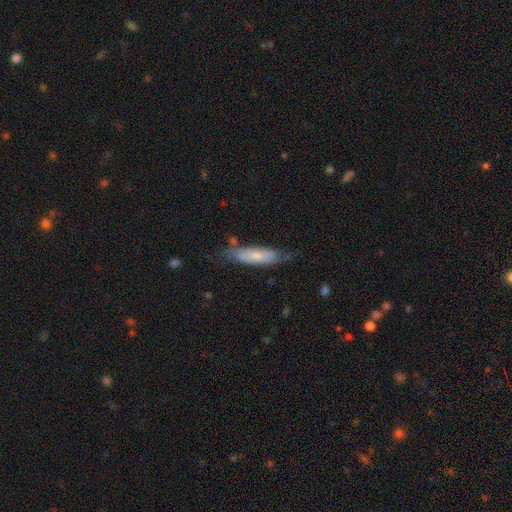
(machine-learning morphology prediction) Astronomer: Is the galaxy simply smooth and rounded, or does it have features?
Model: smooth — 61%.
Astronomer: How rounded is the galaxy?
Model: cigar-shaped — 61% (runner-up: in between, 37%).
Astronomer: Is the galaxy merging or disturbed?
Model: none — 63%.